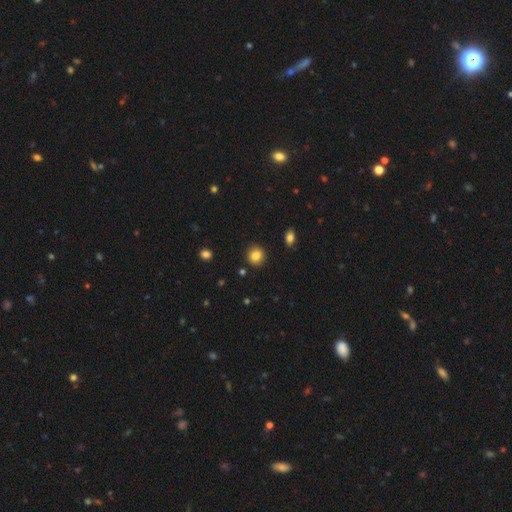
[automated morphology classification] smooth 84%, star or artifact 10%, featured or disk 6%. Down the decision tree: how rounded — round (89%); merging — none (90%).